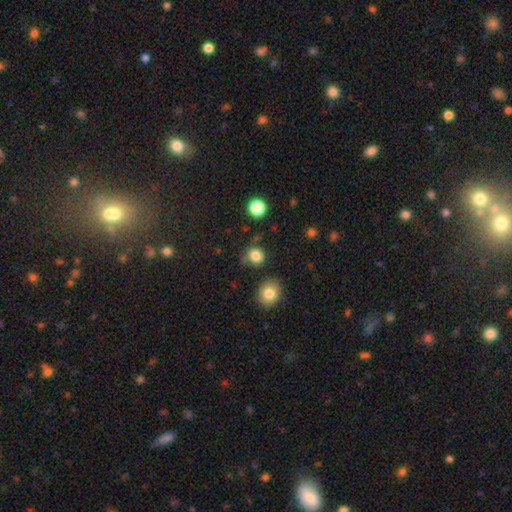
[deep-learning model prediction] The model was most divided on "merging": none: 74%, minor disturbance: 16%, major disturbance: 5%, merger: 5%. More confident: how rounded — round (83%); smooth or featured — smooth (83%).